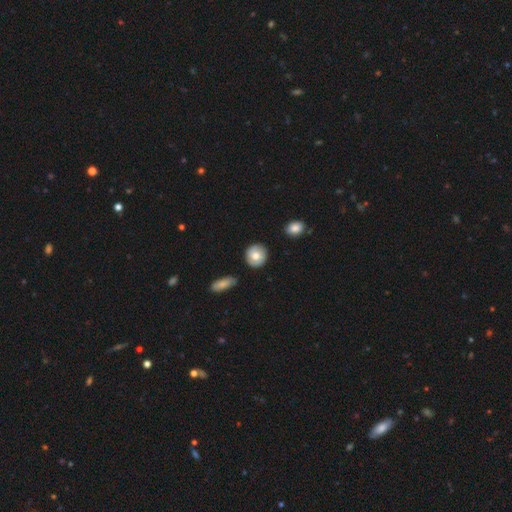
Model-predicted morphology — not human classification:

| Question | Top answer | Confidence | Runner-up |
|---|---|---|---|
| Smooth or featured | smooth | 74% | featured or disk (20%) |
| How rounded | round | 84% | in between (15%) |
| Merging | none | 86% | minor disturbance (10%) |